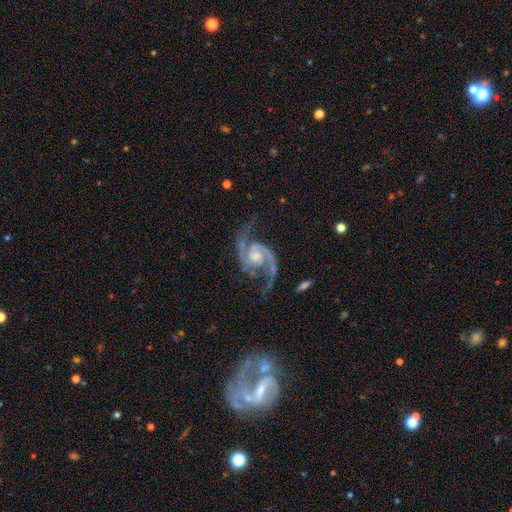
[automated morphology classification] Smooth or featured? featured or disk (94%)
Edge-on disk? no (98%)
Bar? no (63%)
Spiral arms? yes (99%)
Spiral winding? medium (59%)
Spiral arm count? 2 (94%)
Bulge size? moderate (49%)
Merging? none (70%)